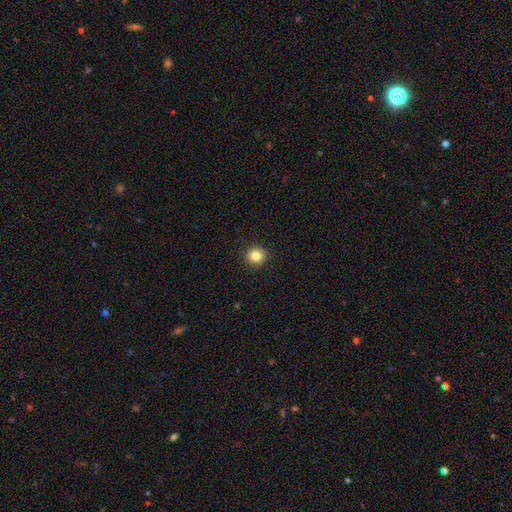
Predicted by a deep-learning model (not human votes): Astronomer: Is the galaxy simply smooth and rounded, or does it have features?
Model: smooth — 83%.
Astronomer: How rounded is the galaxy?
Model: round — 91%.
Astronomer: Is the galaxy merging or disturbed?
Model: none — 92%.